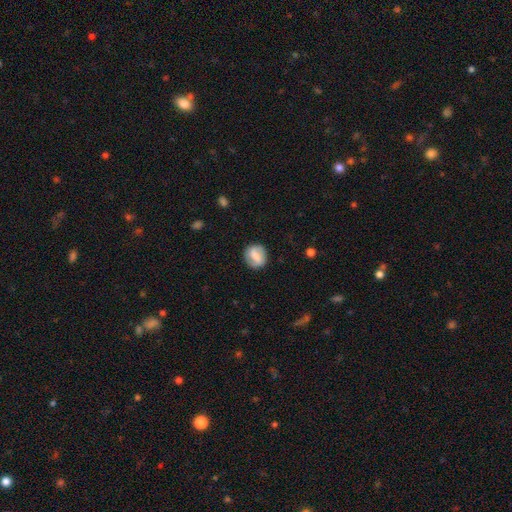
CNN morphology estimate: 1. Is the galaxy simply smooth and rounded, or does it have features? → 50% smooth, 42% featured or disk, 8% star or artifact.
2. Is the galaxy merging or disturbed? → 82% none, 12% minor disturbance, 4% major disturbance, 1% merger.